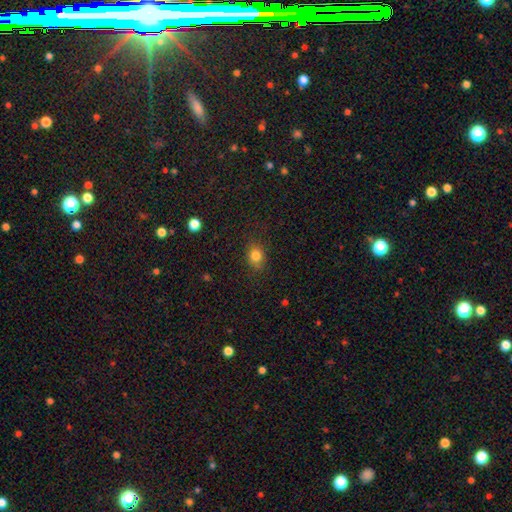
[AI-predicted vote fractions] Overall: smooth (81%). How rounded: round (53%; in between 46%). Merging: none (80%).